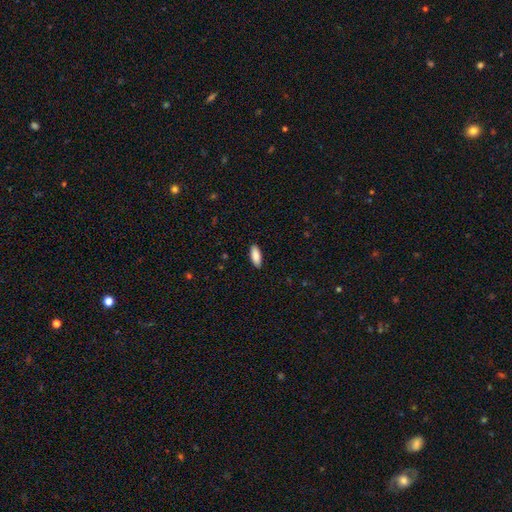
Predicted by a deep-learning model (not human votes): A smooth galaxy with no disk features (88%) that is in between round and cigar-shaped (78%).

Vote fractions:
- Smooth or featured? smooth: 88% / star or artifact: 6% / featured or disk: 6%
- How rounded? in between: 78% / cigar-shaped: 21% / round: 2%
- Merging? none: 89% / minor disturbance: 8% / major disturbance: 2% / merger: 1%